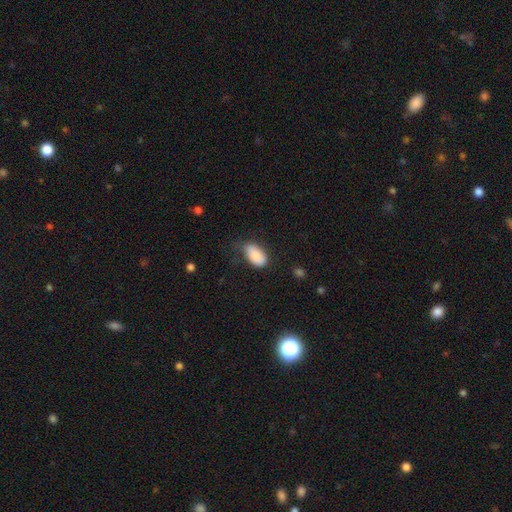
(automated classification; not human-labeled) This is clearly a smooth galaxy (84%). How rounded: clearly in between (94%). Merging: possibly none (55%).